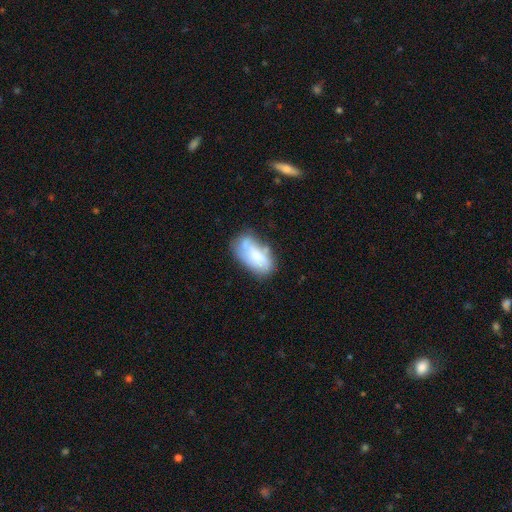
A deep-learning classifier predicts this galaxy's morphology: This is likely a smooth galaxy (65%). How rounded: clearly in between (91%). Merging: possibly none (45%).